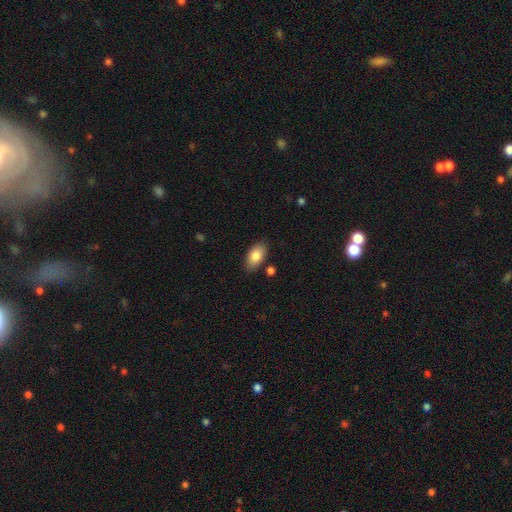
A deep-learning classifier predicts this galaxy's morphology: The model was most divided on "merging": none: 83%, minor disturbance: 11%, merger: 3%, major disturbance: 2%. More confident: how rounded — in between (94%); smooth or featured — smooth (84%).